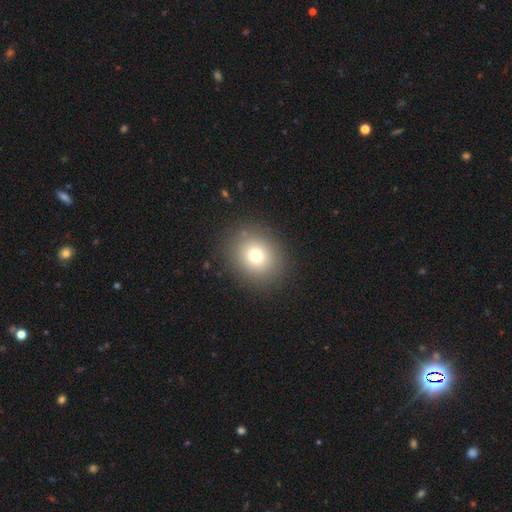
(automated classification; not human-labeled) The model was most divided on "how rounded": round: 73%, in between: 26%, cigar-shaped: 1%. More confident: merging — none (87%); smooth or featured — smooth (74%).